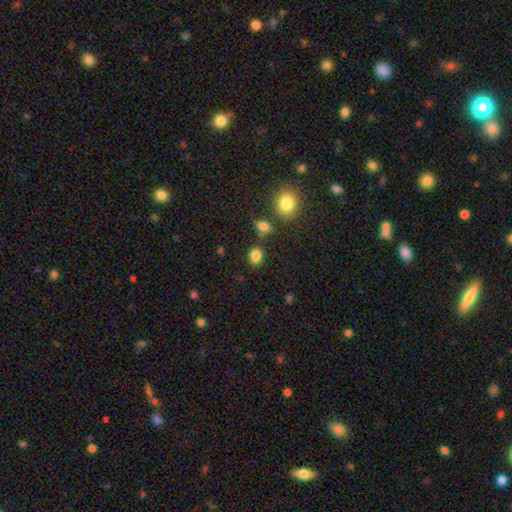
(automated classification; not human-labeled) Q: Smooth or featured?
A: smooth (84%); runner-up: star or artifact (11%)
Q: How rounded?
A: in between (50%); runner-up: round (49%)
Q: Merging?
A: none (78%); runner-up: minor disturbance (11%)